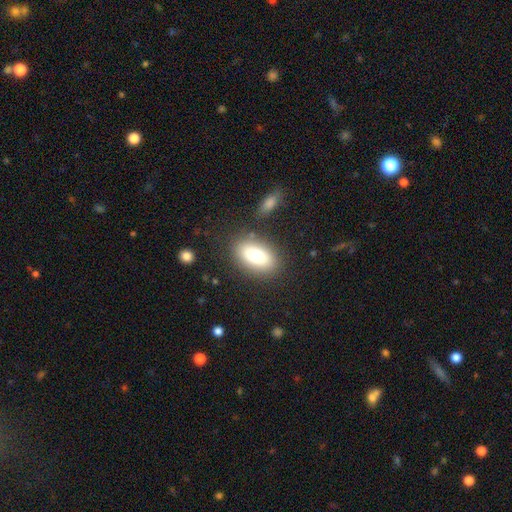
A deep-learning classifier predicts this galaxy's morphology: smooth-or-featured: smooth: 77% | featured or disk: 15% | star or artifact: 8%
  how-rounded: in between: 88% | round: 9% | cigar-shaped: 4%
  merging: none: 81% | minor disturbance: 11% | merger: 4% | major disturbance: 4%